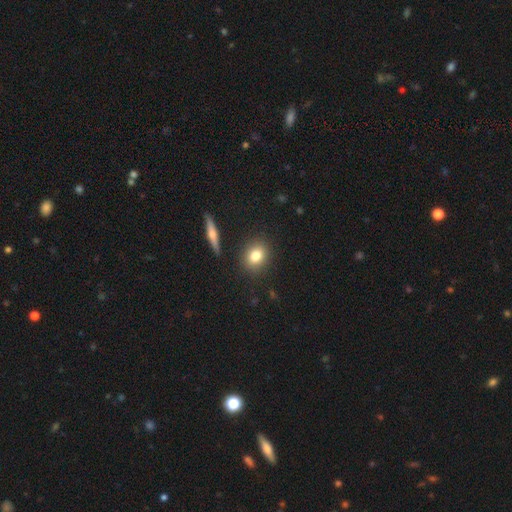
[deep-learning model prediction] Overall: smooth (80%). How rounded: round (56%; in between 41%). Merging: none (87%).